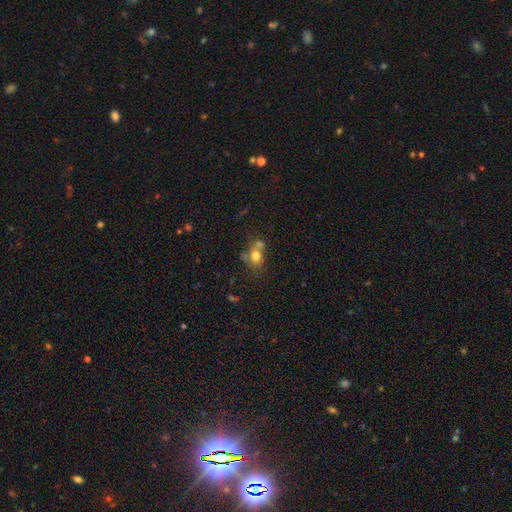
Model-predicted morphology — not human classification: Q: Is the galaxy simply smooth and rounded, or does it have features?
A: smooth — 72%.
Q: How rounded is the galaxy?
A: round — 53%.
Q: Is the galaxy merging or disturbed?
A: none — 39%, tied with merger.